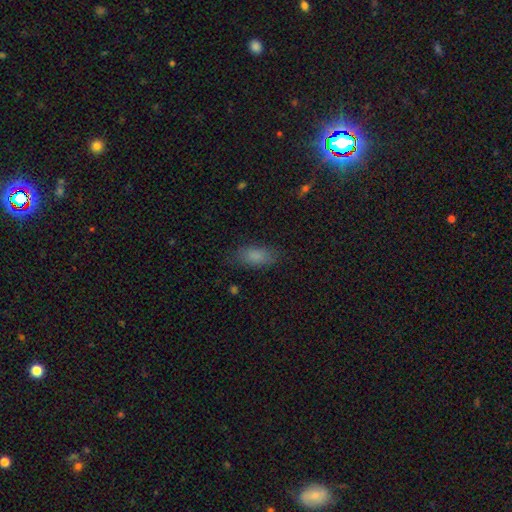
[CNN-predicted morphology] A smooth galaxy with no disk features (84%) that is in between round and cigar-shaped (87%).

Vote fractions:
- Smooth or featured? smooth: 84% / star or artifact: 9% / featured or disk: 7%
- How rounded? in between: 87% / cigar-shaped: 10% / round: 3%
- Merging? none: 80% / minor disturbance: 14% / major disturbance: 4% / merger: 1%